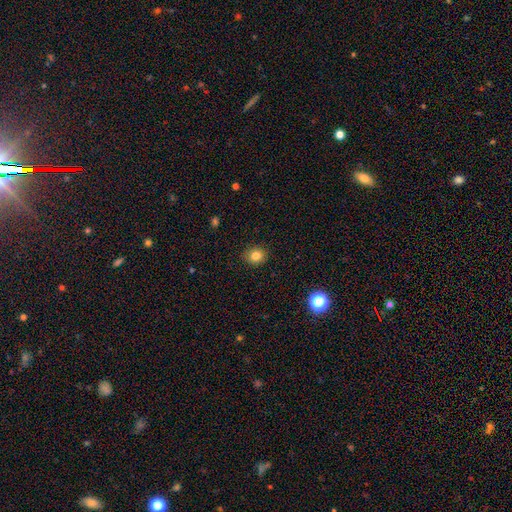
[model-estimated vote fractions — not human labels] Morphology: type=smooth (82%); roundness=round (74%); merging=none (89%).